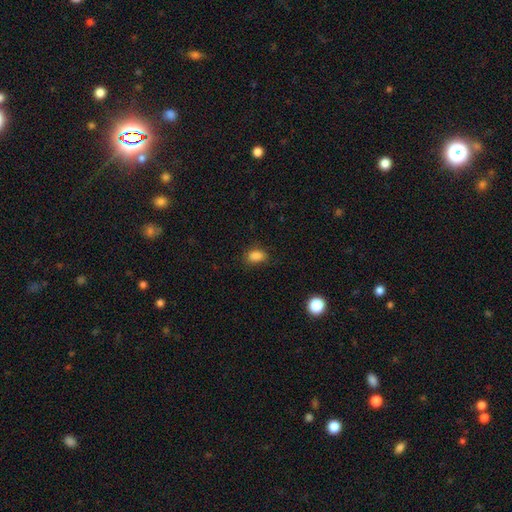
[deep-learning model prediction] The model was most divided on "merging": none: 77%, minor disturbance: 17%, major disturbance: 4%, merger: 1%. More confident: smooth or featured — smooth (86%); how rounded — in between (84%).